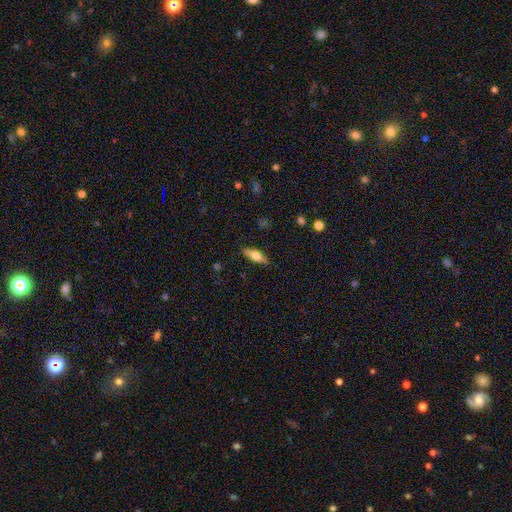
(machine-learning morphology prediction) Smooth or featured? Predicted: smooth (p=0.56). How rounded? Predicted: in between (p=0.60). Merging? Predicted: none (p=0.85).